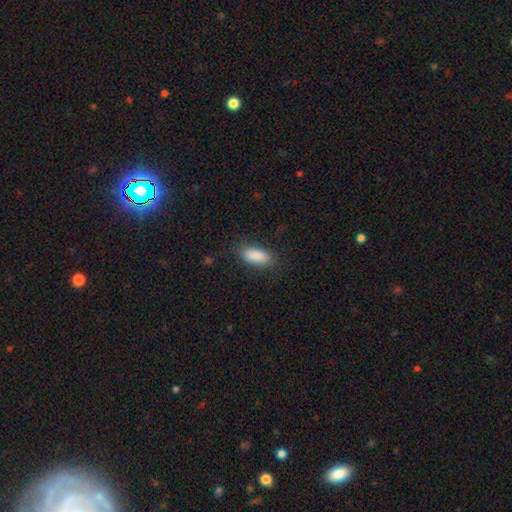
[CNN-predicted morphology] Q: Smooth or featured?
A: smooth (88%); runner-up: star or artifact (7%)
Q: How rounded?
A: in between (77%); runner-up: cigar-shaped (20%)
Q: Merging?
A: none (80%); runner-up: minor disturbance (14%)